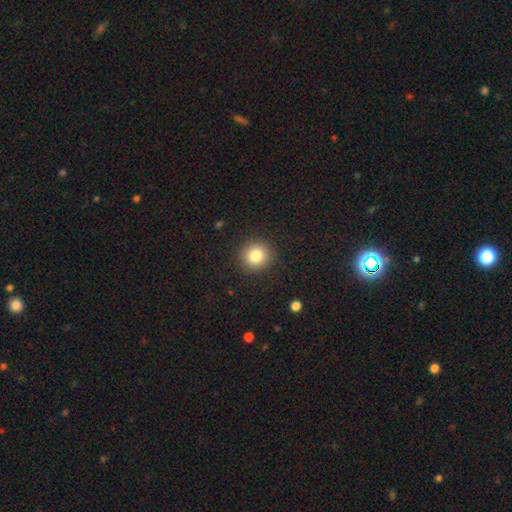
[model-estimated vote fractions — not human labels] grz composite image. It shows a smooth galaxy with no disk features (83%) that is round (91%). Merging: none (91%).